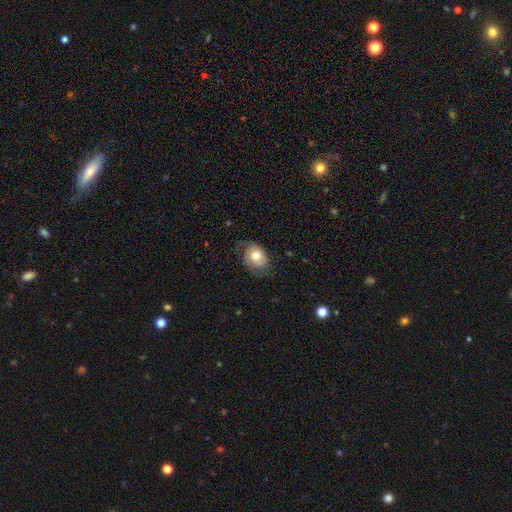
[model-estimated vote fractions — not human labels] The model was most divided on "smooth or featured": smooth: 48%, featured or disk: 44%, star or artifact: 8%. More confident: merging — none (57%).